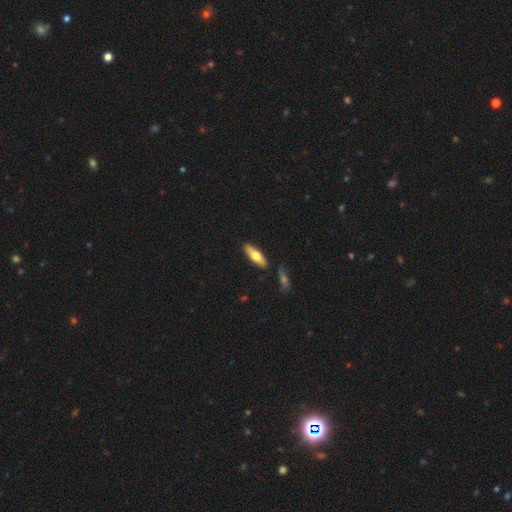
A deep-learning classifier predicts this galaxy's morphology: type=smooth (59%); roundness=in between (50%); merging=none (85%).